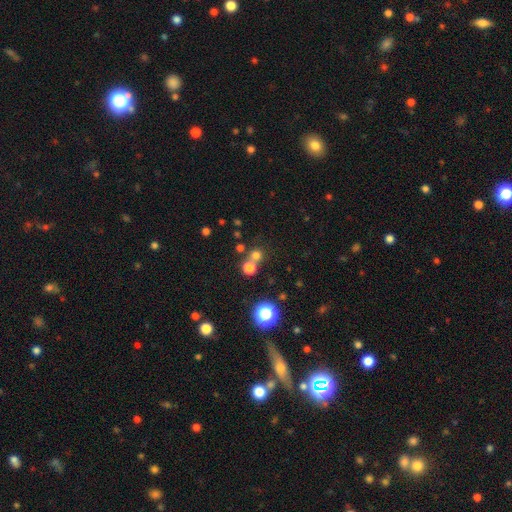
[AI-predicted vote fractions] smooth_or_featured: smooth (p=0.67) [alt: star or artifact p=0.25]
how_rounded: round (p=0.90) [alt: in between p=0.09]
merging: none (p=0.59) [alt: merger p=0.32]